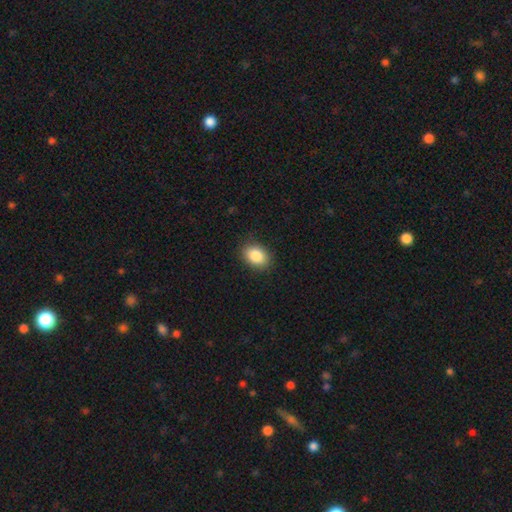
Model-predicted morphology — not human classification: smooth-or-featured: smooth: 87% | star or artifact: 8% | featured or disk: 5%
  how-rounded: in between: 75% | round: 24% | cigar-shaped: 1%
  merging: none: 87% | minor disturbance: 9% | major disturbance: 2% | merger: 1%